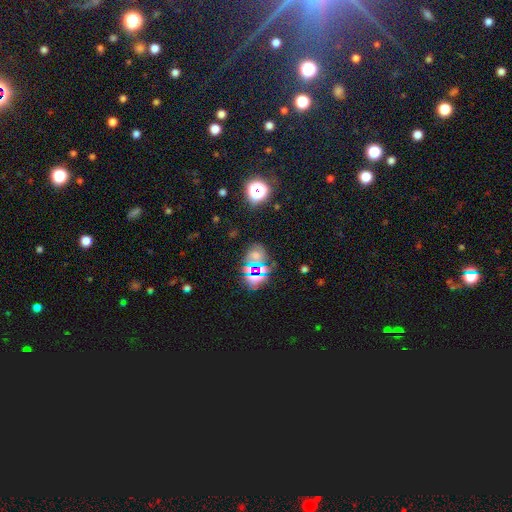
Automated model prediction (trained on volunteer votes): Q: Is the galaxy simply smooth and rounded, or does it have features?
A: star or artifact — 53%.